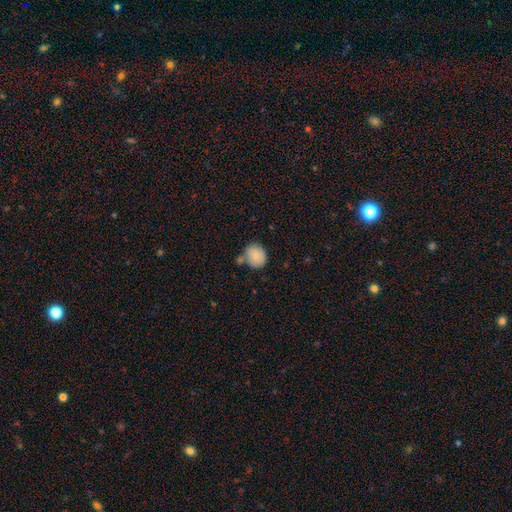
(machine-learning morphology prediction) This is clearly a smooth galaxy (83%). How rounded: likely round (72%). Merging: likely none (63%).